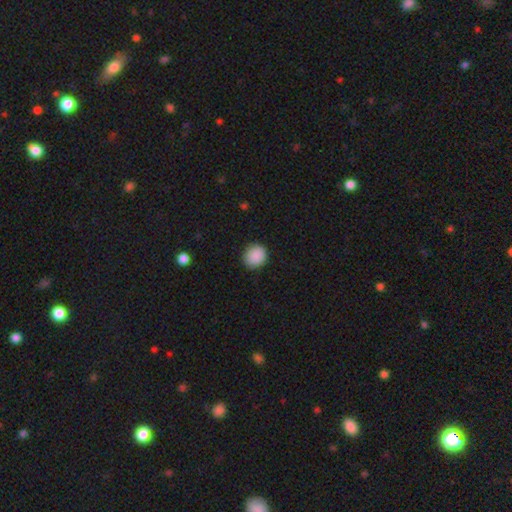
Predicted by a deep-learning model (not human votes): Smooth or featured?
  - smooth: 89% *
  - star or artifact: 8%
  - featured or disk: 3%
How rounded?
  - round: 82% *
  - in between: 17%
  - cigar-shaped: 1%
Merging?
  - none: 88% *
  - minor disturbance: 9%
  - major disturbance: 2%
  - merger: 1%